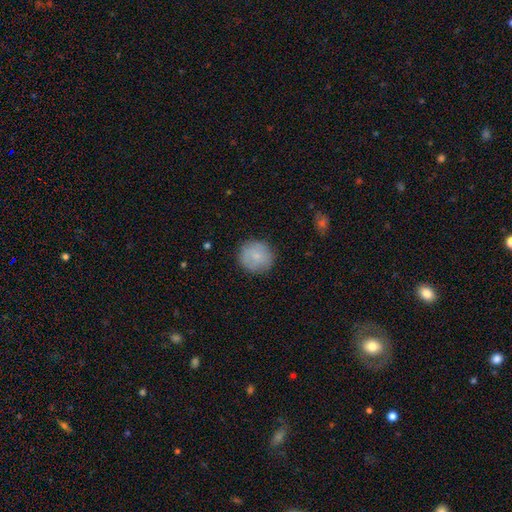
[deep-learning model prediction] Smooth or featured: smooth — 81% (featured or disk — 11%)
How rounded: round — 92% (in between — 7%)
Merging: none — 85% (minor disturbance — 11%)